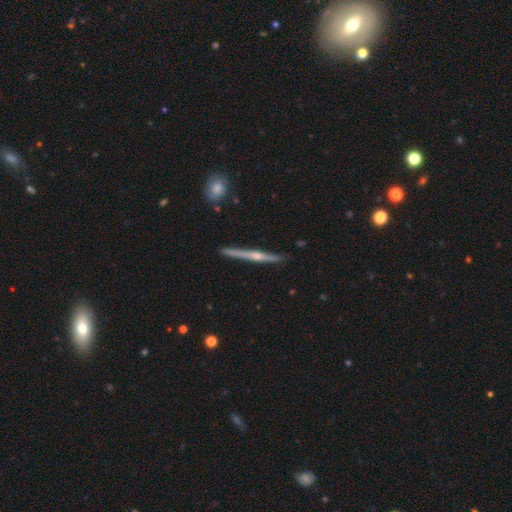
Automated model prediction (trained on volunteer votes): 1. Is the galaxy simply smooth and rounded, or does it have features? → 79% featured or disk, 16% smooth, 5% star or artifact.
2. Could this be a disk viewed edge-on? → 98% yes, 2% no.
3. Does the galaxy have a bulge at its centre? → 82% rounded, 13% none, 6% boxy.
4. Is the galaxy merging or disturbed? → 89% none, 8% minor disturbance, 2% merger, 1% major disturbance.